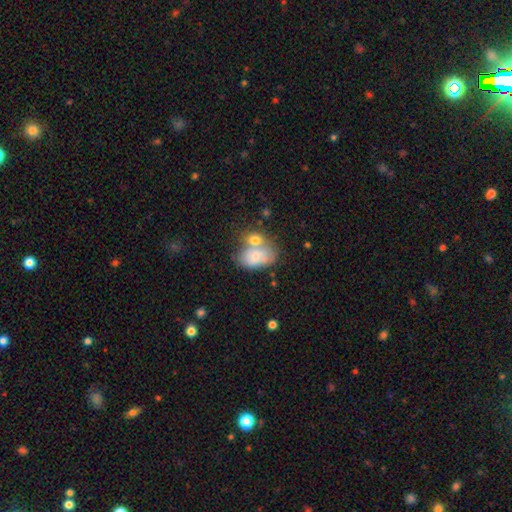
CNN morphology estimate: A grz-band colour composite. It shows a smooth galaxy with no disk features (68%) that is in between round and cigar-shaped (82%). Merging: merger (50%).